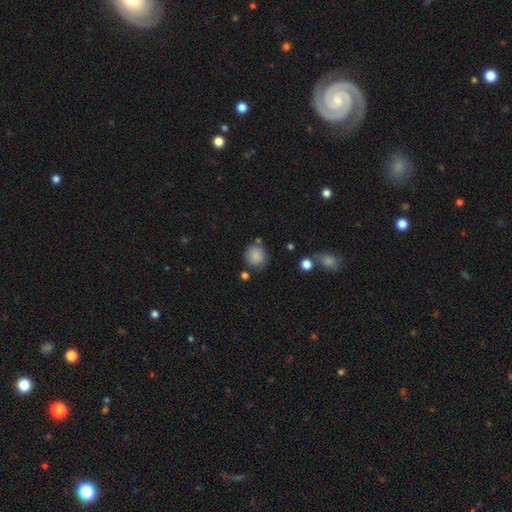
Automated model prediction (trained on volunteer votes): Smooth or featured: smooth — 83% (featured or disk — 8%)
How rounded: round — 84% (in between — 15%)
Merging: none — 74% (minor disturbance — 16%)